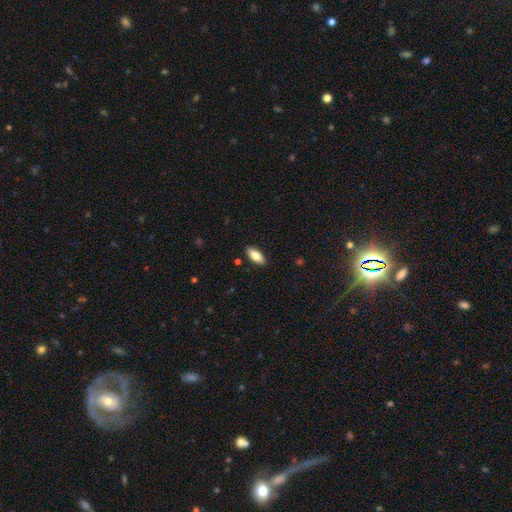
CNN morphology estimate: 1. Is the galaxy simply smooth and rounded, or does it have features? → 75% smooth, 19% featured or disk, 6% star or artifact.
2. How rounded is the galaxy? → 81% in between, 17% cigar-shaped, 2% round.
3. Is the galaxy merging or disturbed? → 89% none, 8% minor disturbance, 2% major disturbance, 1% merger.